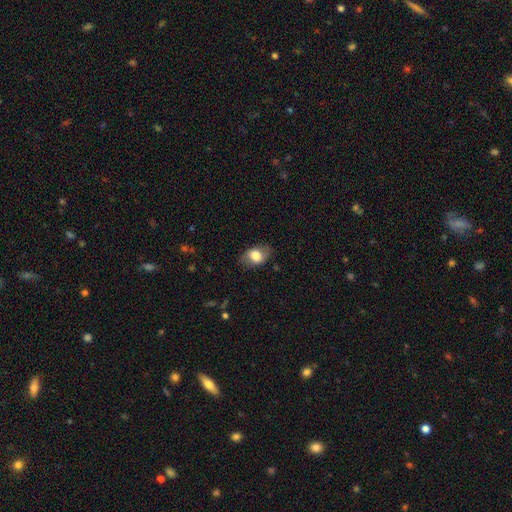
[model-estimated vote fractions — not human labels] Smooth or featured? smooth (74%)
How rounded? in between (79%)
Merging? none (78%)